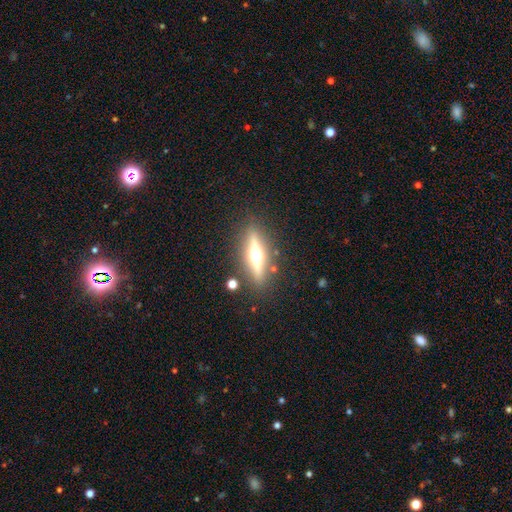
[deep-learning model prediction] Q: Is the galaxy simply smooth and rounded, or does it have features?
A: featured or disk — 73%.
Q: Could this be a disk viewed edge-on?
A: yes — 95%.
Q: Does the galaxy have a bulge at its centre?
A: rounded — 96%.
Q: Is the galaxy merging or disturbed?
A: none — 87%.